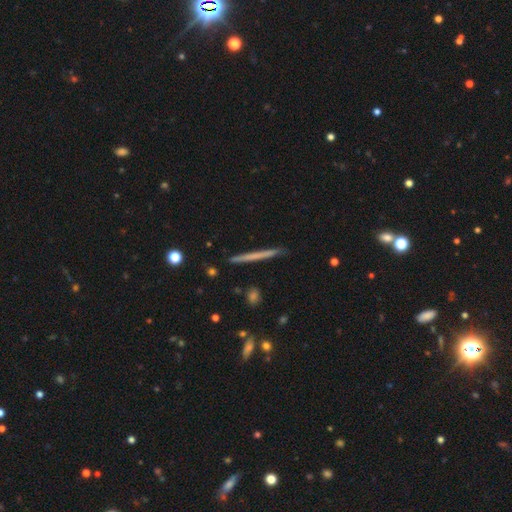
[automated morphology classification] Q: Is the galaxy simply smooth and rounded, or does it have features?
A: smooth — 50%.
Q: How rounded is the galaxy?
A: cigar-shaped — 97%.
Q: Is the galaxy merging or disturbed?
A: none — 91%.